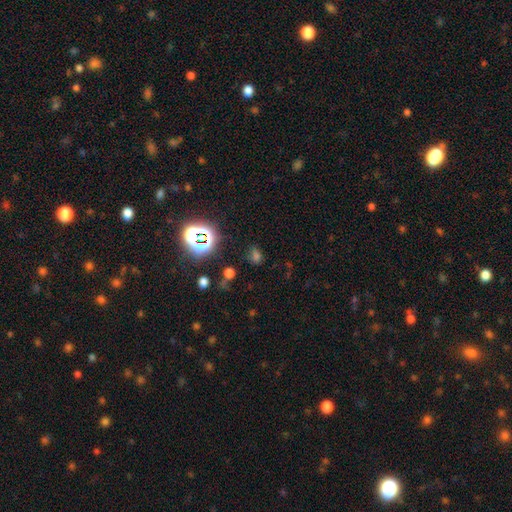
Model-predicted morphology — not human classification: Q: Smooth or featured?
A: star or artifact (48%); runner-up: smooth (44%)